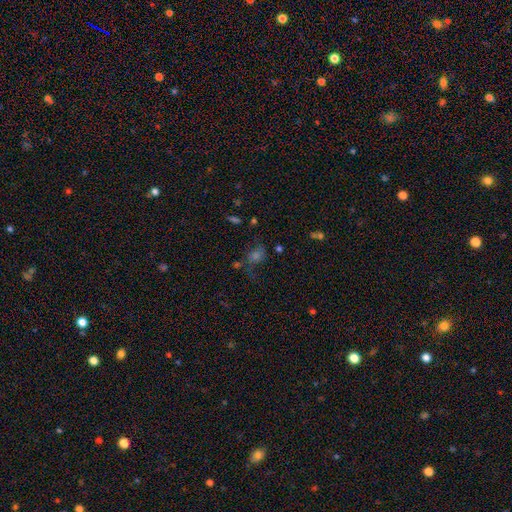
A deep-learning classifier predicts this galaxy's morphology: Smooth or featured? Predicted: smooth (p=0.38). Merging? Predicted: none (p=0.51).